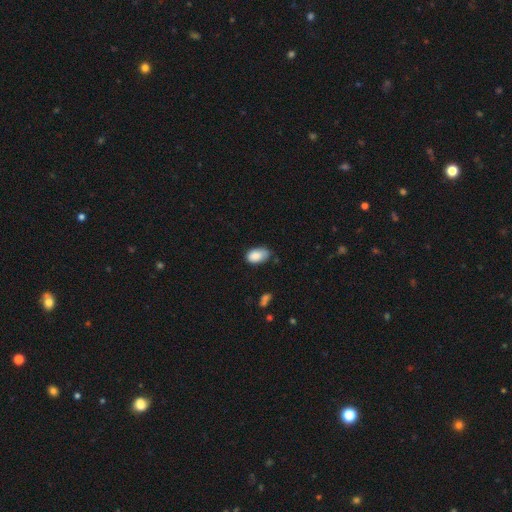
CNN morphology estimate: Smooth or featured?
  - smooth: 86% *
  - star or artifact: 8%
  - featured or disk: 6%
How rounded?
  - in between: 92% *
  - round: 6%
  - cigar-shaped: 1%
Merging?
  - none: 56% *
  - minor disturbance: 35%
  - major disturbance: 6%
  - merger: 2%